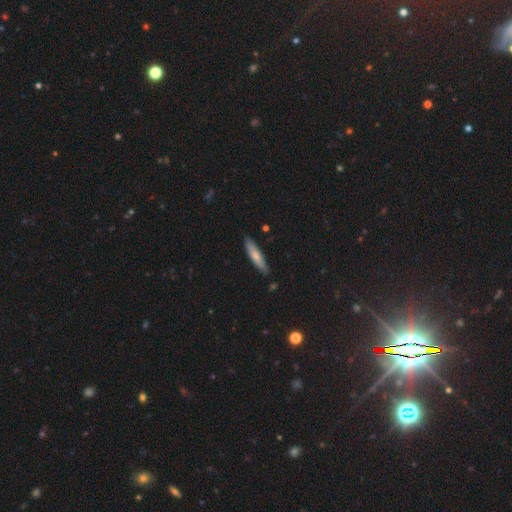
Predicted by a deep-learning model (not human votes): Smooth or featured? Predicted: smooth (p=0.66). How rounded? Predicted: cigar-shaped (p=0.82). Merging? Predicted: none (p=0.86).